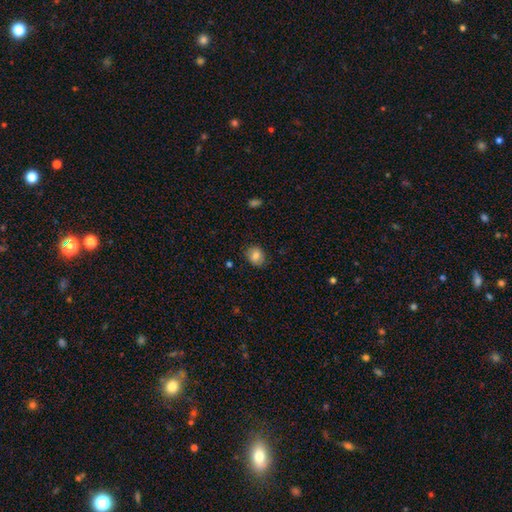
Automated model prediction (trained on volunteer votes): A smooth galaxy with no disk features (80%) that is round (55%). Merging: none (83%).